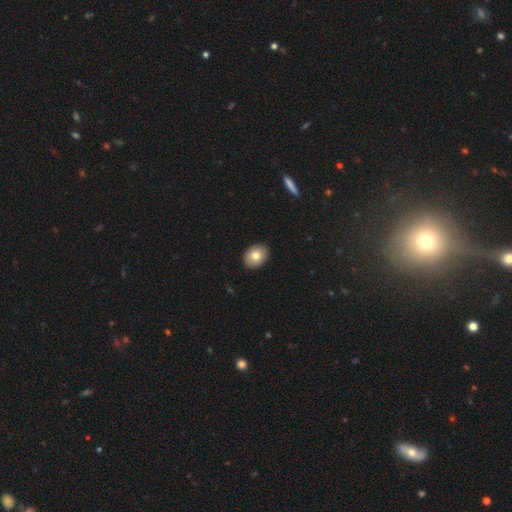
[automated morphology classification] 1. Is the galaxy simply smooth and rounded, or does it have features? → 77% smooth, 15% featured or disk, 8% star or artifact.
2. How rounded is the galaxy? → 64% in between, 35% round, 1% cigar-shaped.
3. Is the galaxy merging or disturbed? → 90% none, 7% minor disturbance, 2% major disturbance, 1% merger.